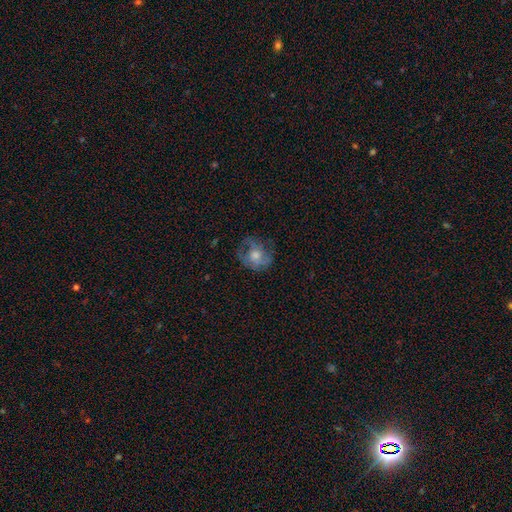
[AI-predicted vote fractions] A smooth galaxy with no disk features (49%).

Vote fractions:
- Smooth or featured? smooth: 49% / featured or disk: 42% / star or artifact: 9%
- Merging? none: 57% / minor disturbance: 23% / major disturbance: 19% / merger: 1%